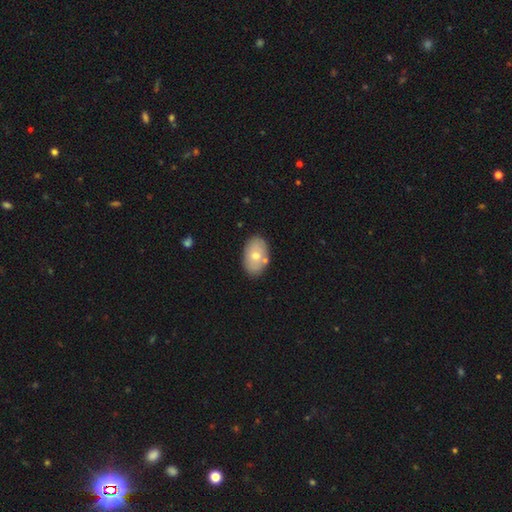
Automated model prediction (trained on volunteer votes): smooth-or-featured: smooth: 68% | featured or disk: 24% | star or artifact: 8%
  how-rounded: in between: 89% | round: 10% | cigar-shaped: 1%
  merging: none: 81% | minor disturbance: 11% | merger: 6% | major disturbance: 2%